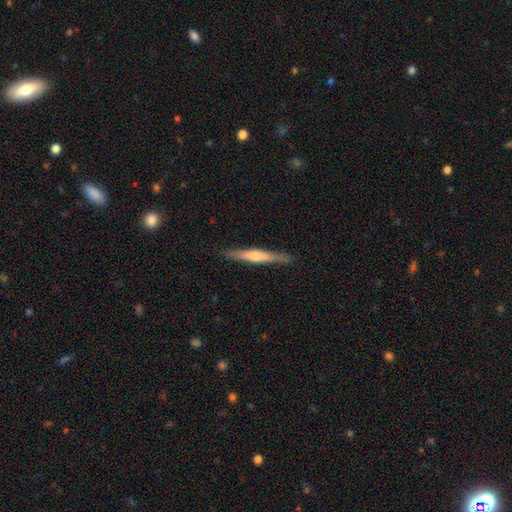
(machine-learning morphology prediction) Smooth or featured?
  - featured or disk: 65% *
  - smooth: 29%
  - star or artifact: 6%
Edge-on disk?
  - yes: 97% *
  - no: 3%
Edge-on bulge?
  - rounded: 73% *
  - none: 15%
  - boxy: 13%
Merging?
  - none: 88% *
  - minor disturbance: 9%
  - major disturbance: 2%
  - merger: 1%